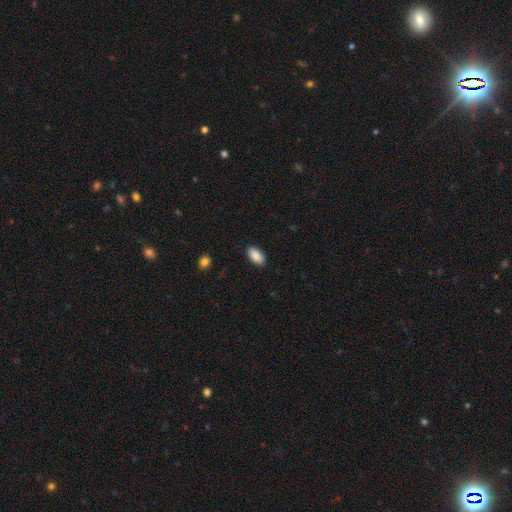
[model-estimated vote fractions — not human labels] A smooth galaxy with no disk features (89%) that is in between round and cigar-shaped (94%).

Vote fractions:
- Smooth or featured? smooth: 89% / star or artifact: 7% / featured or disk: 4%
- How rounded? in between: 94% / cigar-shaped: 3% / round: 3%
- Merging? none: 88% / minor disturbance: 9% / major disturbance: 2% / merger: 1%